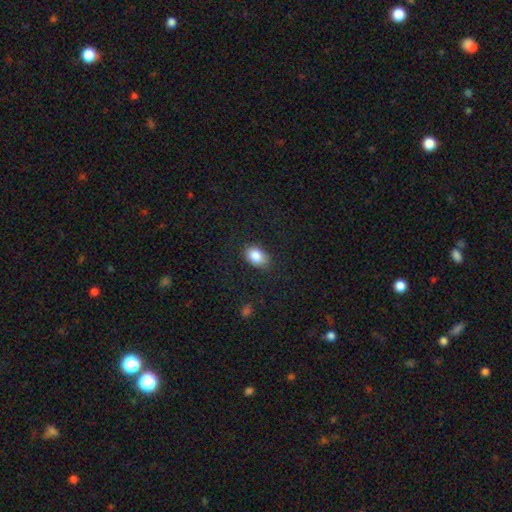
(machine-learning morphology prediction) The model was most divided on "merging": none: 82%, minor disturbance: 13%, major disturbance: 3%, merger: 1%. More confident: smooth or featured — smooth (87%); how rounded — in between (85%).